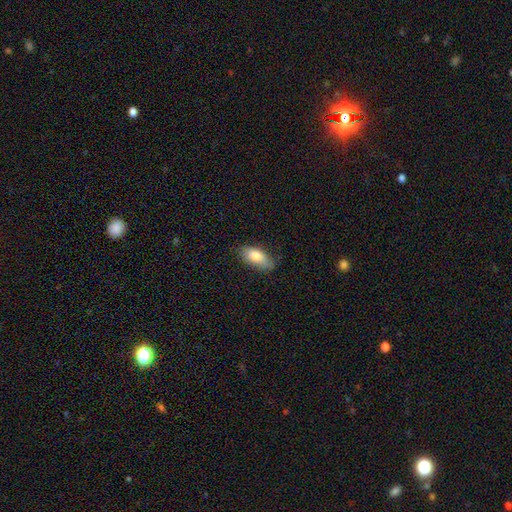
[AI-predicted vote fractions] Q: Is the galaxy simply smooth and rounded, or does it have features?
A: smooth — 79%.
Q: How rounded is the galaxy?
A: in between — 86%.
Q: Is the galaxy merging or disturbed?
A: none — 69%.